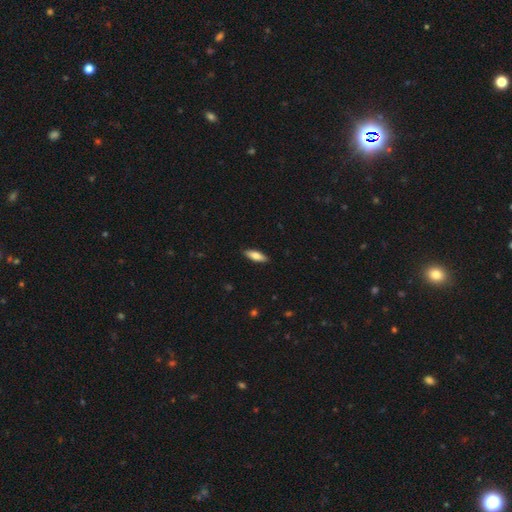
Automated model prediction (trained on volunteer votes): smooth_or_featured: smooth (p=0.74) [alt: featured or disk p=0.20]
how_rounded: in between (p=0.56) [alt: cigar-shaped p=0.42]
merging: none (p=0.89) [alt: minor disturbance p=0.08]